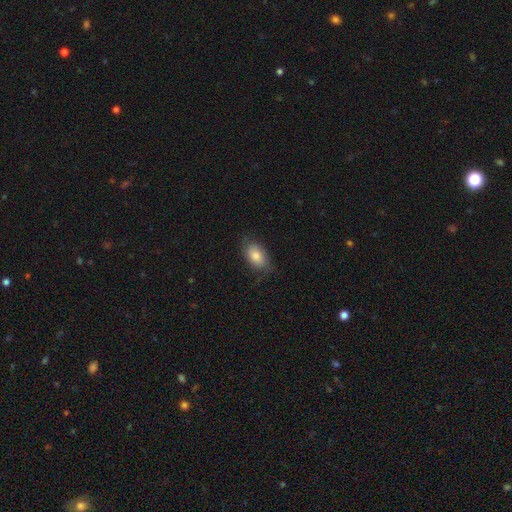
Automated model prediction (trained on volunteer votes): This appears to be a smooth galaxy with no disk features (77%) that is in between round and cigar-shaped (90%). Merging: none (69%).